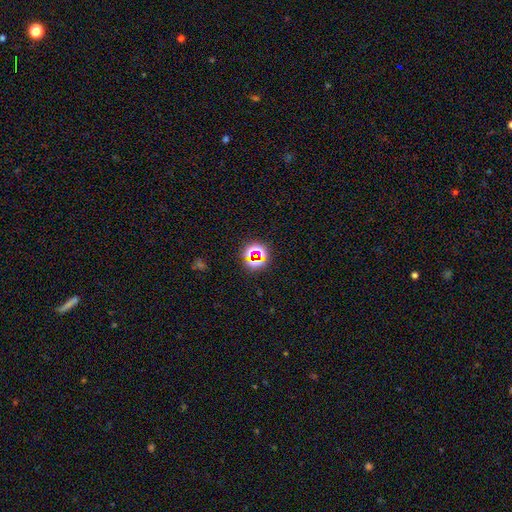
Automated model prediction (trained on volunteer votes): The model was most divided on "smooth or featured": star or artifact: 64%, smooth: 25%, featured or disk: 11%.